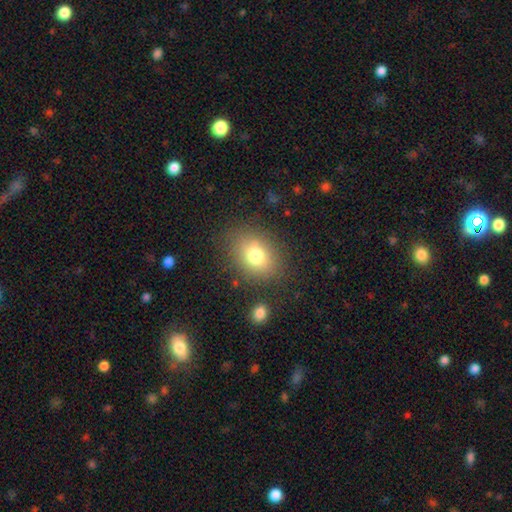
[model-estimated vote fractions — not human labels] Smooth or featured: smooth — 75% (star or artifact — 13%)
How rounded: in between — 55% (round — 43%)
Merging: none — 79% (minor disturbance — 12%)